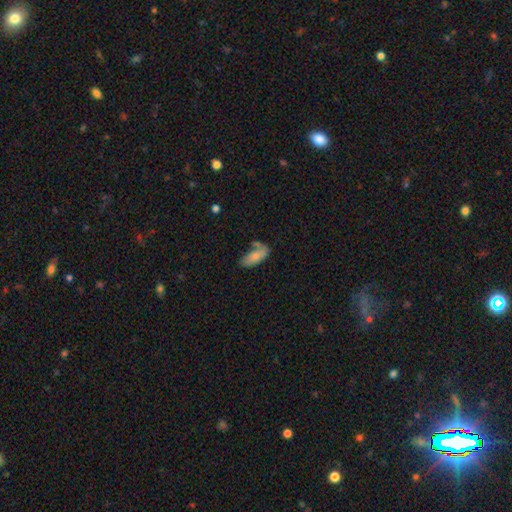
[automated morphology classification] Smooth or featured? Predicted: smooth (p=0.78). How rounded? Predicted: in between (p=0.81). Merging? Predicted: none (p=0.47).